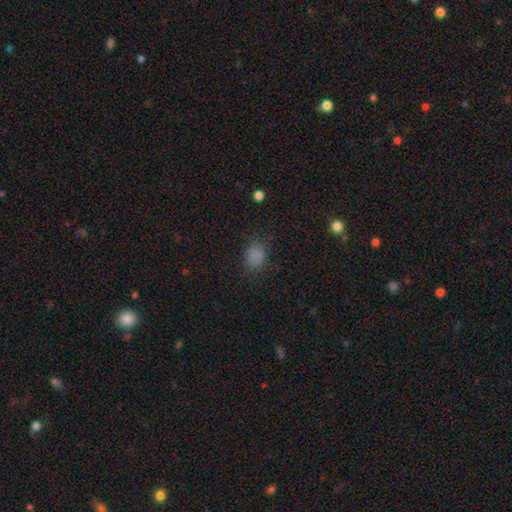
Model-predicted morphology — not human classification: Smooth or featured? Predicted: smooth (p=0.82). How rounded? Predicted: round (p=0.50). Merging? Predicted: none (p=0.77).